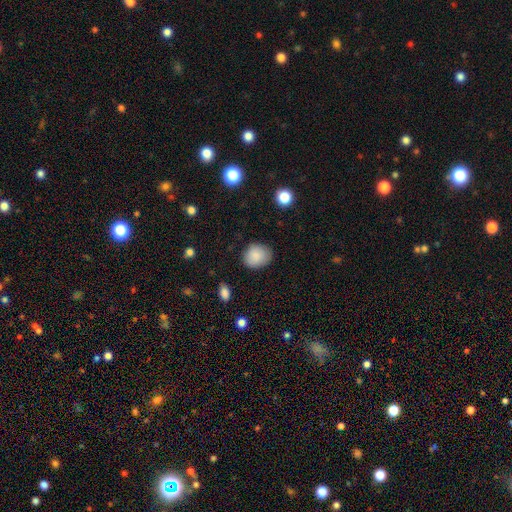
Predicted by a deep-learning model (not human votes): This appears to be a smooth galaxy with no disk features (87%) that is round (61%). Merging: none (79%).